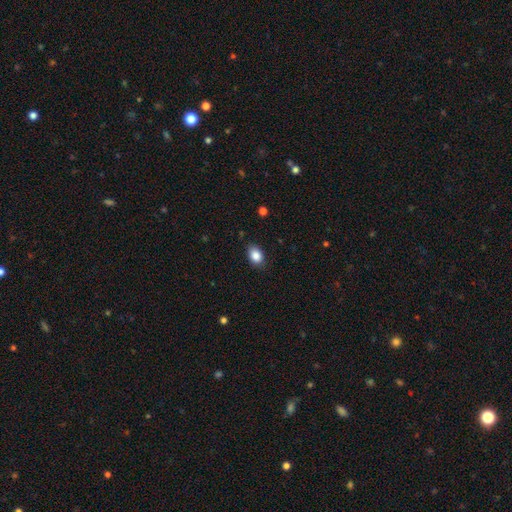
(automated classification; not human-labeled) This is clearly a smooth galaxy (86%). How rounded: clearly in between (80%). Merging: clearly none (83%).